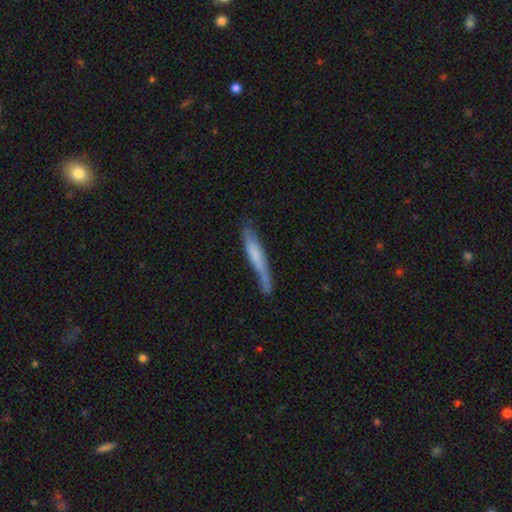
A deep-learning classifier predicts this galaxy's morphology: A smooth galaxy with no disk features (61%) that is cigar-shaped (93%).

Vote fractions:
- Smooth or featured? smooth: 61% / featured or disk: 32% / star or artifact: 6%
- How rounded? cigar-shaped: 93% / in between: 6% / round: 1%
- Merging? none: 56% / minor disturbance: 27% / major disturbance: 9% / merger: 8%